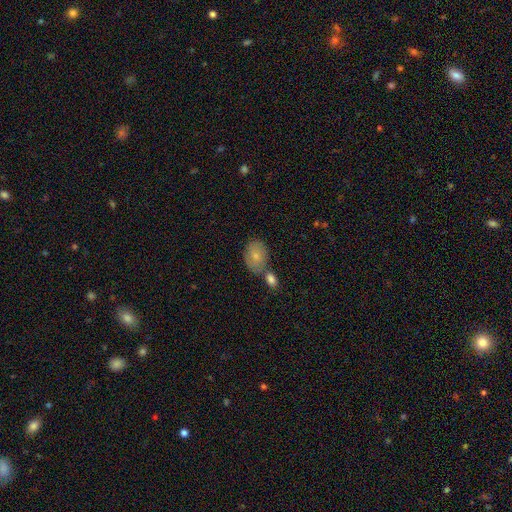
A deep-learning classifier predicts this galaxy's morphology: type=smooth (76%); roundness=in between (75%); merging=none (50%).